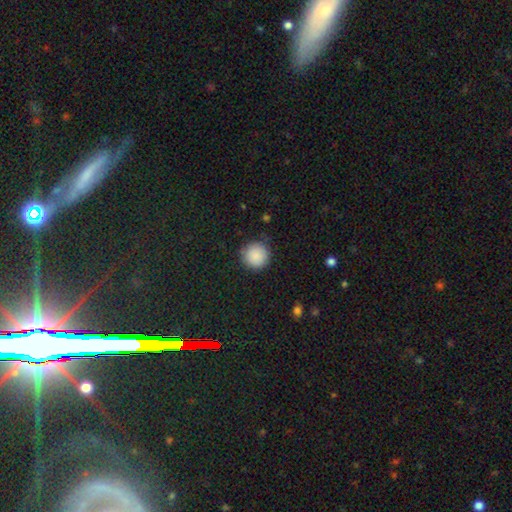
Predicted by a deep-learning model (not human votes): This appears to be a smooth galaxy with no disk features (89%) that is round (95%). Merging: none (88%).